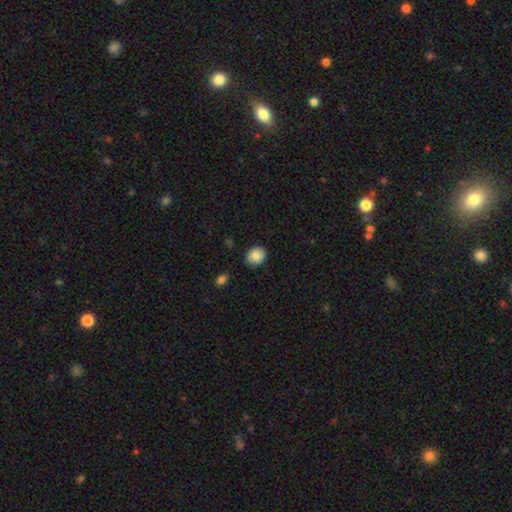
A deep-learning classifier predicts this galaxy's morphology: type=smooth (84%); roundness=round (60%); merging=none (83%).